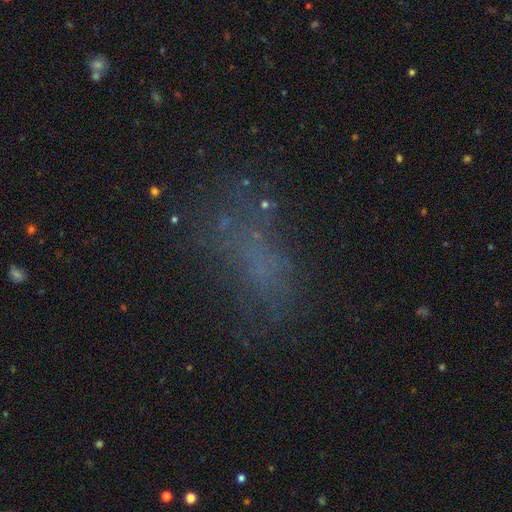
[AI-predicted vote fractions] Morphology: type=smooth (45%); merging=none (53%).